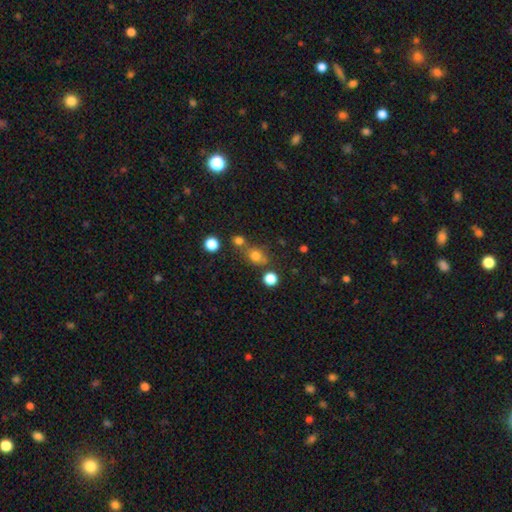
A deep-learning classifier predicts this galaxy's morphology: type=smooth (75%); roundness=round (71%); merging=none (59%).